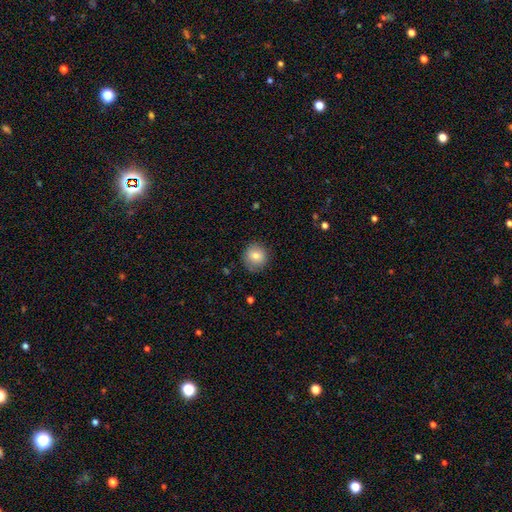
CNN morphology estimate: A smooth galaxy with no disk features (79%) that is round (87%). Merging: none (82%).